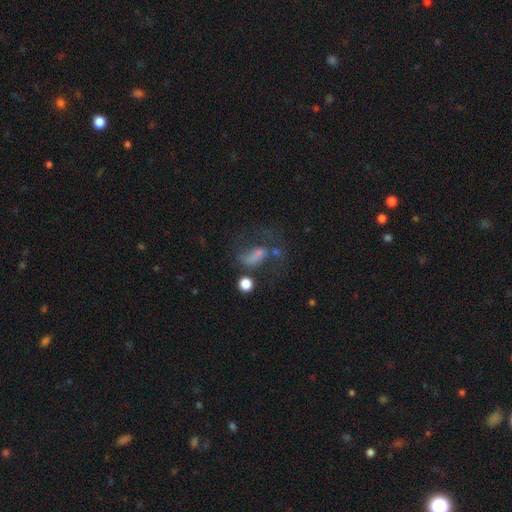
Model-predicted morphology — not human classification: smooth-or-featured: featured or disk: 47% | smooth: 32% | star or artifact: 21%
  merging: major disturbance: 37% | none: 35% | minor disturbance: 16% | merger: 12%